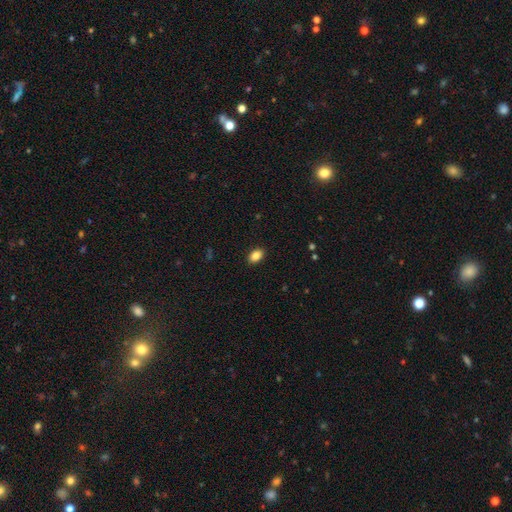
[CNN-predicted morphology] smooth-or-featured: smooth: 87% | star or artifact: 9% | featured or disk: 5%
  how-rounded: in between: 88% | round: 10% | cigar-shaped: 1%
  merging: none: 90% | minor disturbance: 7% | major disturbance: 2% | merger: 1%